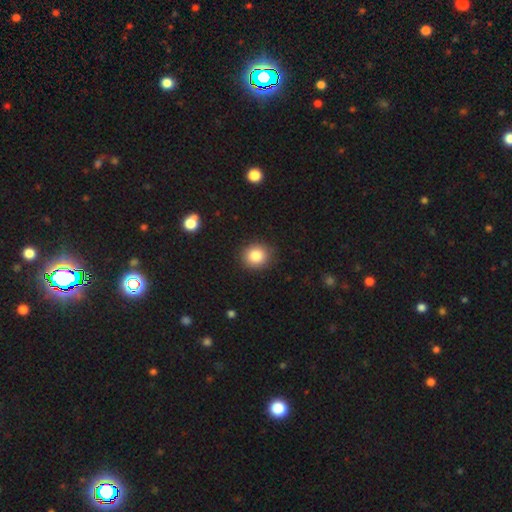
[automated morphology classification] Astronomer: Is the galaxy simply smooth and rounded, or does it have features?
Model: smooth — 84%.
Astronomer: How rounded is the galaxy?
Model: round — 82%.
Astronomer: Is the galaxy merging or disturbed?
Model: none — 89%.